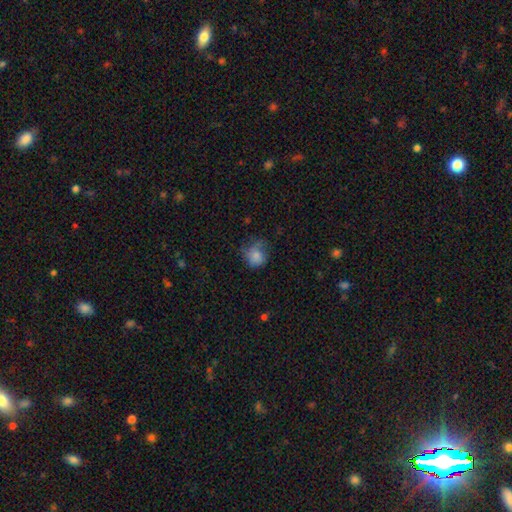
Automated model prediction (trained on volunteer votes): smooth_or_featured: smooth (p=0.75) [alt: featured or disk p=0.15]
how_rounded: round (p=0.73) [alt: in between p=0.26]
merging: none (p=0.44) [alt: minor disturbance p=0.31]